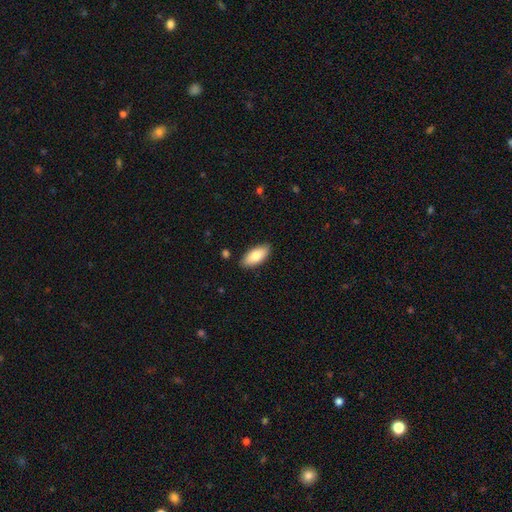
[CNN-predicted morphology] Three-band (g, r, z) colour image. It shows a smooth galaxy with no disk features (81%) that is in between round and cigar-shaped (88%). Merging: none (87%).